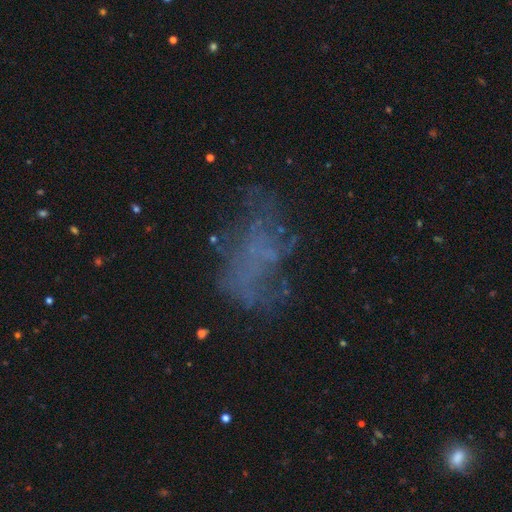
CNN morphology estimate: Smooth or featured: featured or disk — 50% (star or artifact — 25%)
Merging: none — 44% (major disturbance — 33%)